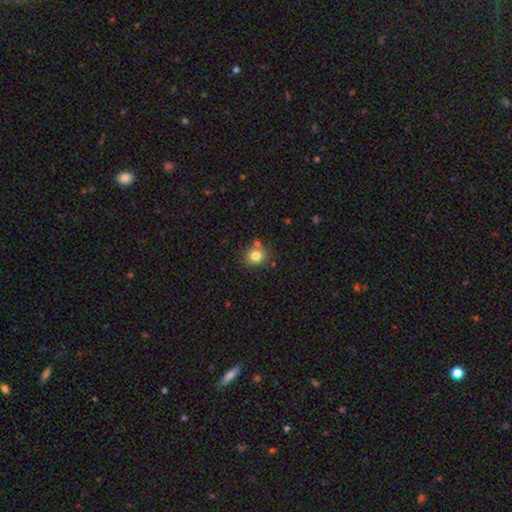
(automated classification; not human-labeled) A smooth galaxy with no disk features (81%) that is round (79%). Merging: none (73%).